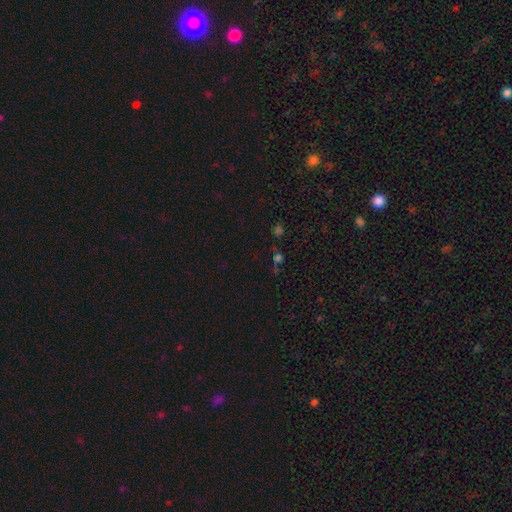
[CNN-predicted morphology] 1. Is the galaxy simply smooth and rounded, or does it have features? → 57% star or artifact, 34% smooth, 9% featured or disk.